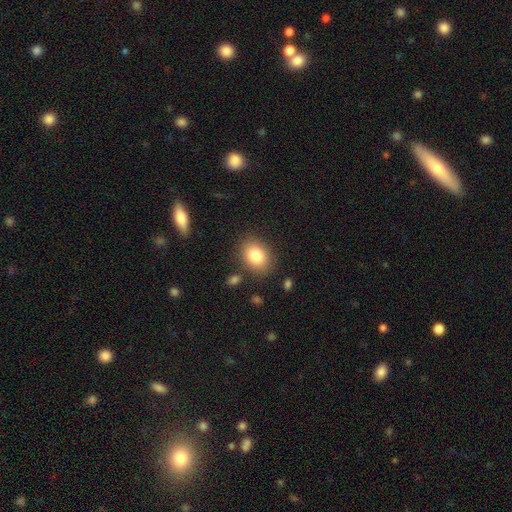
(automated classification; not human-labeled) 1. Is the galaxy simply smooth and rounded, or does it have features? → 83% smooth, 9% star or artifact, 9% featured or disk.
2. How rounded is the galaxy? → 60% in between, 39% round, 1% cigar-shaped.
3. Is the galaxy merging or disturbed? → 83% none, 10% minor disturbance, 3% major disturbance, 3% merger.